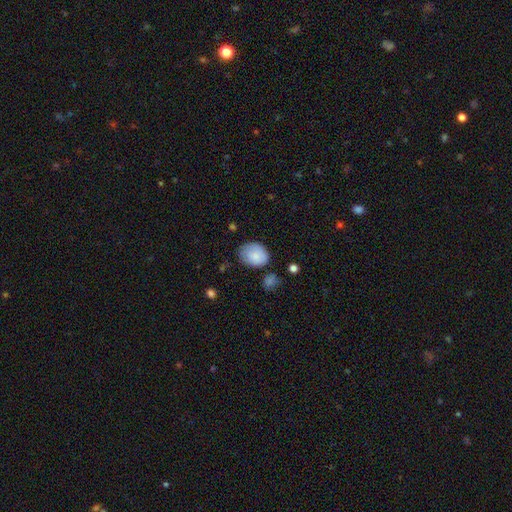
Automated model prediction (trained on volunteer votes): The model was most divided on "how rounded": in between: 59%, round: 40%, cigar-shaped: 1%. More confident: smooth or featured — smooth (81%); merging — none (59%).